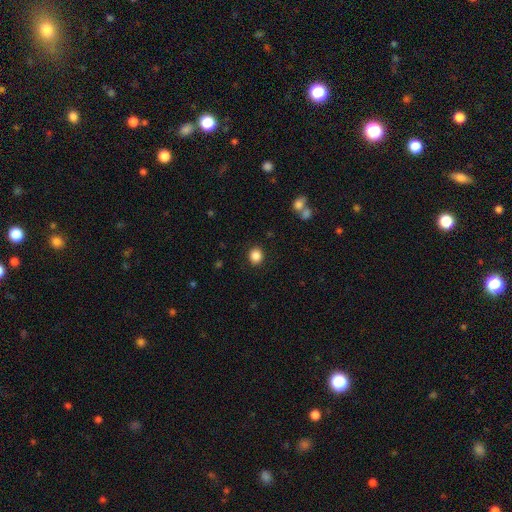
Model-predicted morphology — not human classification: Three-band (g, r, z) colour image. It shows a smooth galaxy with no disk features (86%) that is round (78%). Merging: none (90%).